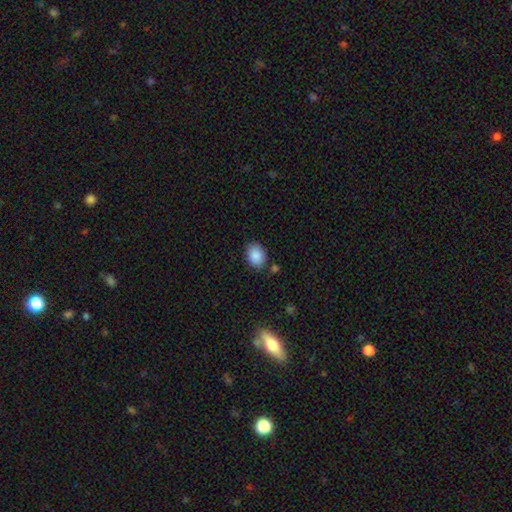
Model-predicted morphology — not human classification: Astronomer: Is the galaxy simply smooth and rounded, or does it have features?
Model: smooth — 88%.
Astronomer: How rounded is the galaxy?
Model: in between — 64%.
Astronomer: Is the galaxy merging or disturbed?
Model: none — 79%.